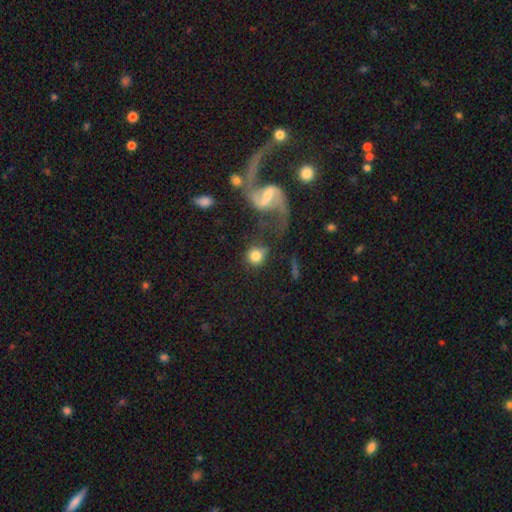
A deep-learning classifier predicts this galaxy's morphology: Smooth or featured? smooth (71%)
How rounded? round (86%)
Merging? none (56%)